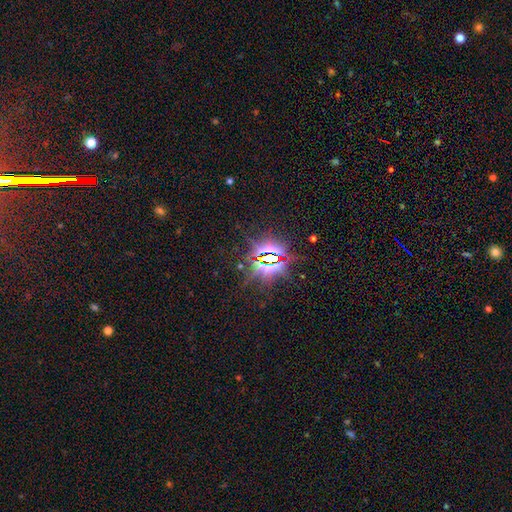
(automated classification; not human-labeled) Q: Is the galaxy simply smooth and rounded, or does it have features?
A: star or artifact — 83%.